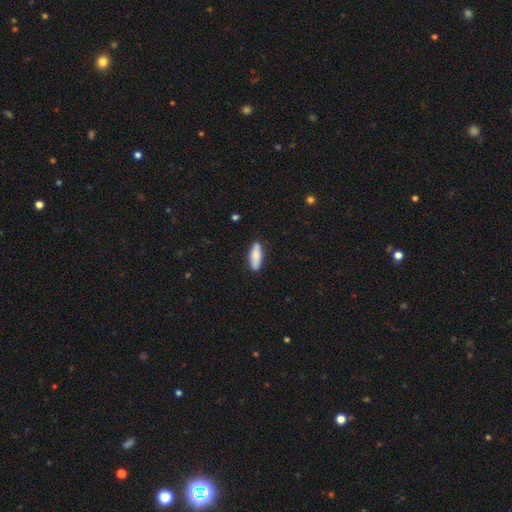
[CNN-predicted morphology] smooth_or_featured: smooth (p=0.85) [alt: featured or disk p=0.09]
how_rounded: in between (p=0.61) [alt: cigar-shaped p=0.37]
merging: none (p=0.87) [alt: minor disturbance p=0.10]